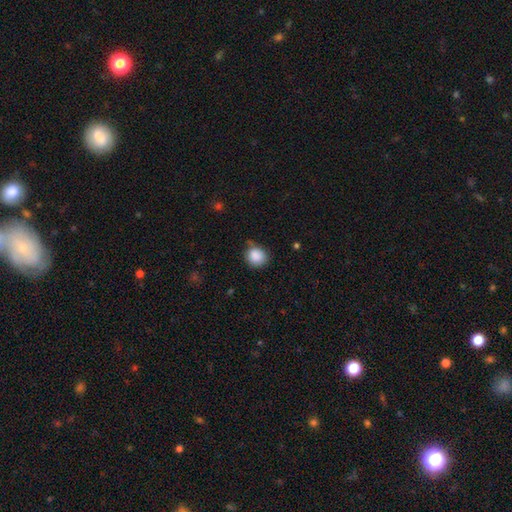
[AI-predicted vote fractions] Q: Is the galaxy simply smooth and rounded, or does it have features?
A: smooth — 88%.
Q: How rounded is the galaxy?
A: round — 84%.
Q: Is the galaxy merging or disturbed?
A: none — 70%.